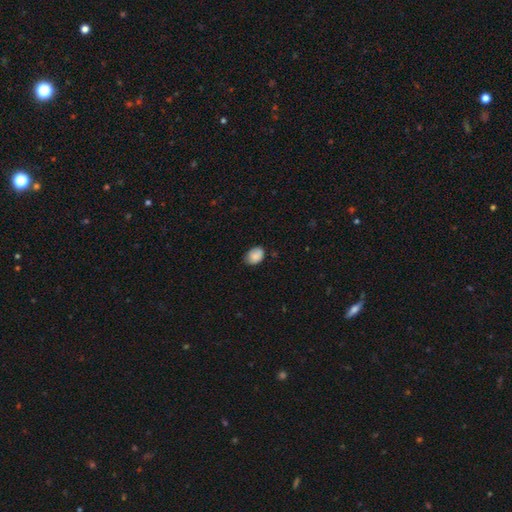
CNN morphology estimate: Overall: smooth (86%). How rounded: in between (73%). Merging: none (70%).